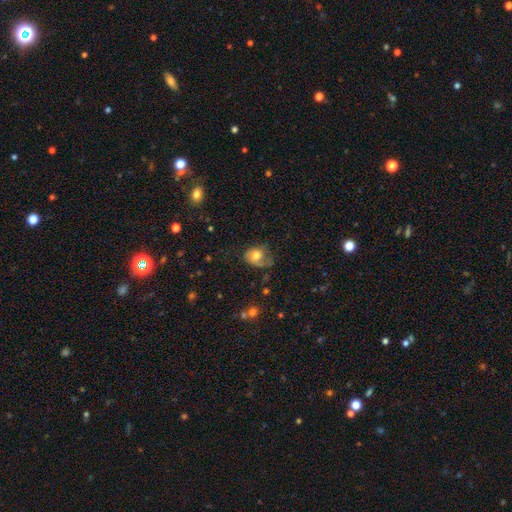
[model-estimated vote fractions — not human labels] smooth_or_featured: smooth (p=0.64) [alt: featured or disk p=0.28]
how_rounded: in between (p=0.53) [alt: round p=0.46]
merging: none (p=0.40) [alt: minor disturbance p=0.33]